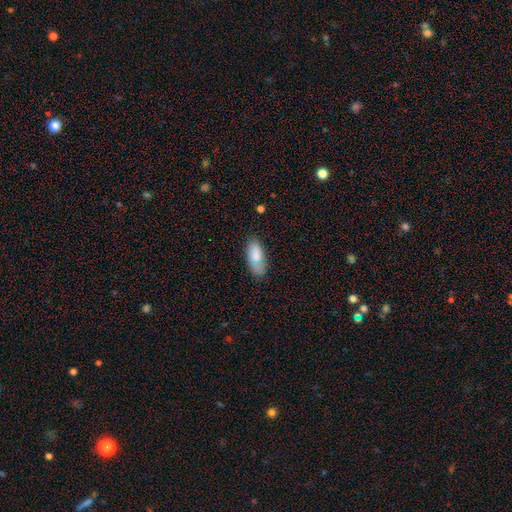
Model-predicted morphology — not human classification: type=smooth (84%); roundness=in between (85%); merging=none (70%).